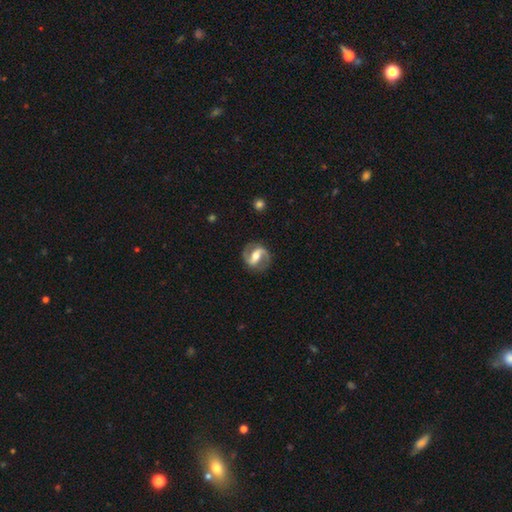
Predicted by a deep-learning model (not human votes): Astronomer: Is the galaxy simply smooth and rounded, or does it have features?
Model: featured or disk — 83%.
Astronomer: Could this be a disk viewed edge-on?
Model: no — 96%.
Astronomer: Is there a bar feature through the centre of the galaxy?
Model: strong — 54% (runner-up: weak, 32%).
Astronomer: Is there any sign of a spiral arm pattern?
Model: yes — 92%.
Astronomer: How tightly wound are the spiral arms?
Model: medium — 51% (runner-up: loose, 29%).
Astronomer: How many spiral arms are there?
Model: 2 — 92%.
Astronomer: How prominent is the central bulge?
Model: moderate — 68%.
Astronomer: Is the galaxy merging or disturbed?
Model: none — 84%.